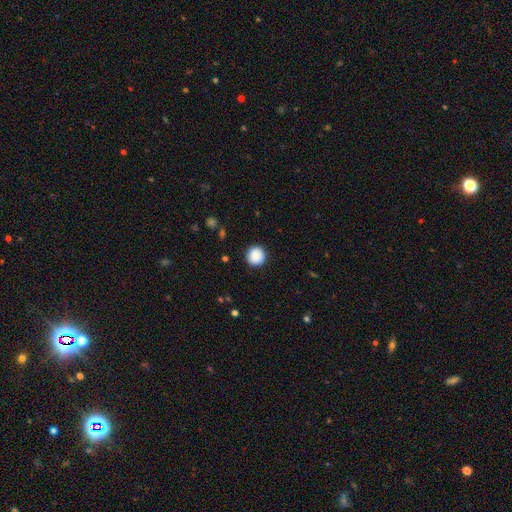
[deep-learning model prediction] Q: Smooth or featured?
A: smooth (88%); runner-up: star or artifact (8%)
Q: How rounded?
A: round (95%); runner-up: in between (4%)
Q: Merging?
A: none (91%); runner-up: minor disturbance (6%)